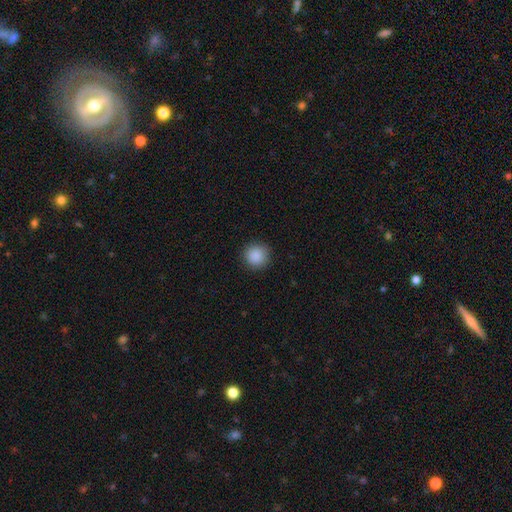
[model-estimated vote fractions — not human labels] The model was most divided on "smooth or featured": smooth: 89%, star or artifact: 9%, featured or disk: 2%. More confident: how rounded — round (95%); merging — none (91%).